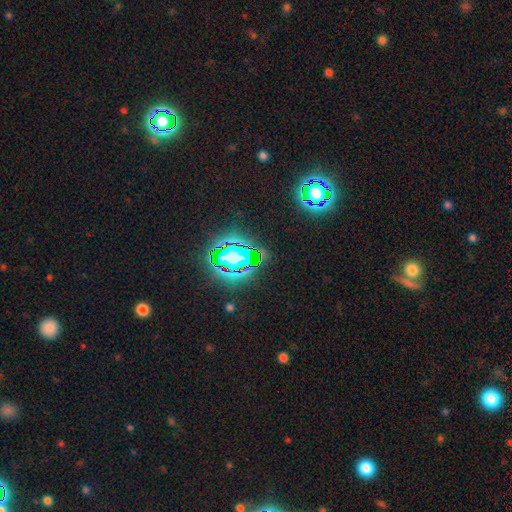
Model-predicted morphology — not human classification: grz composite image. It shows a star or artifact, not a galaxy (65%).